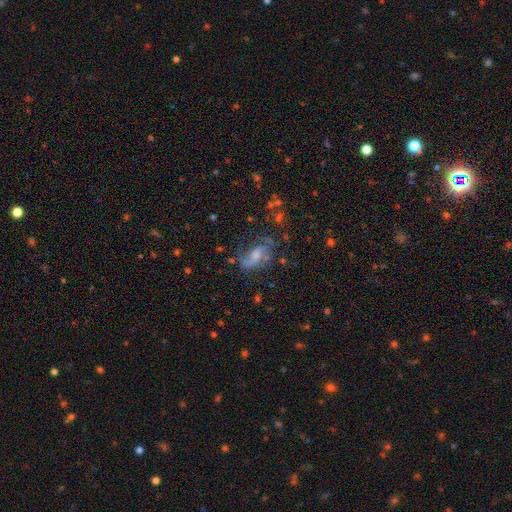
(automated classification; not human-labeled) Smooth or featured? Predicted: featured or disk (p=0.68). Edge-on disk? Predicted: no (p=0.96). Bar? Predicted: no (p=0.49). Spiral arms? Predicted: yes (p=0.87). Spiral winding? Predicted: medium (p=0.43). Spiral arm count? Predicted: 2 (p=0.63). Bulge size? Predicted: moderate (p=0.43). Merging? Predicted: none (p=0.54).